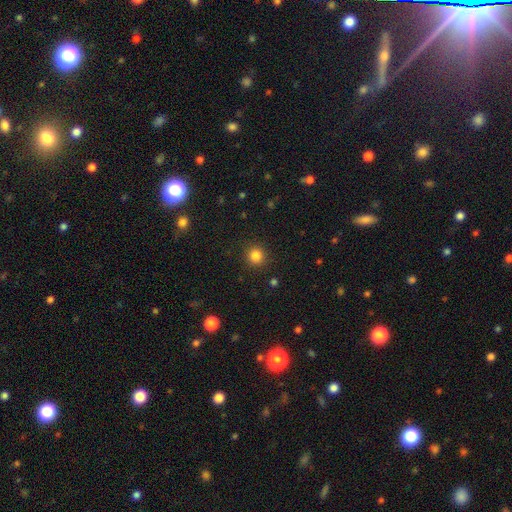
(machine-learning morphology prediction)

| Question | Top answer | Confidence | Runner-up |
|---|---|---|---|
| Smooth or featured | smooth | 84% | star or artifact (12%) |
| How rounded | round | 93% | in between (6%) |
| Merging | none | 91% | minor disturbance (6%) |